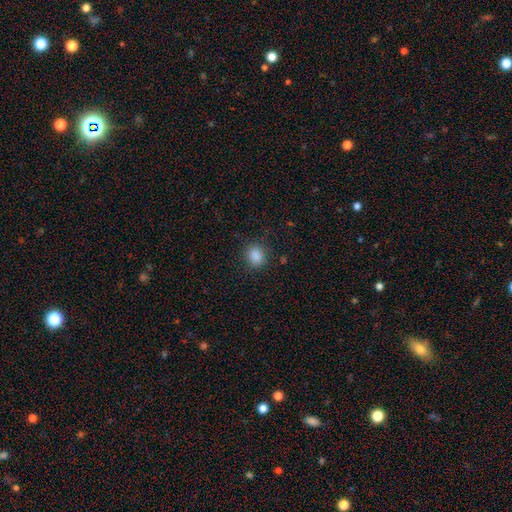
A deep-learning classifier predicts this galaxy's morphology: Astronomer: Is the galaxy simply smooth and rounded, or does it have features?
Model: smooth — 86%.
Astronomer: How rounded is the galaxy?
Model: round — 58% (runner-up: in between, 41%).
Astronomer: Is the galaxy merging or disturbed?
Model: none — 84%.